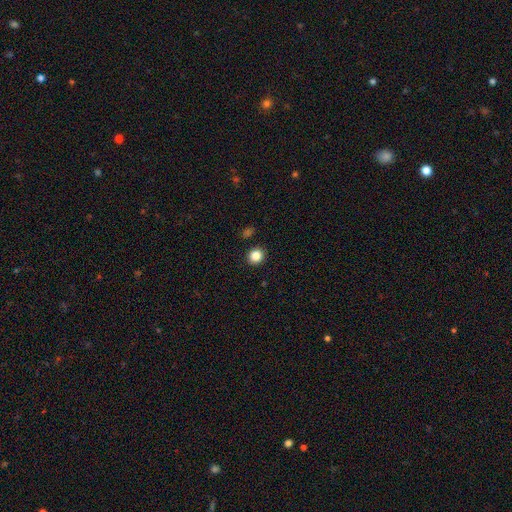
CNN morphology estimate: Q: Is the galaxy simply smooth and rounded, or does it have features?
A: smooth — 85%.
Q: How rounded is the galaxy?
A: round — 88%.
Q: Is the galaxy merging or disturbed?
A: none — 91%.